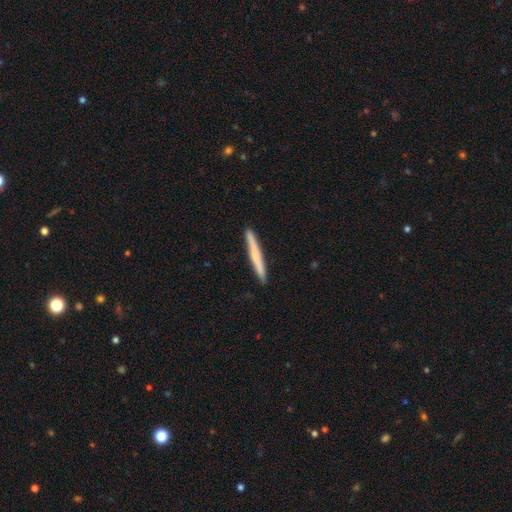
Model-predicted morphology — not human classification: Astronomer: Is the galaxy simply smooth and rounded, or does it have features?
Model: smooth — 56% (runner-up: featured or disk, 38%).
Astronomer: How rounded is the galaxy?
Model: cigar-shaped — 97%.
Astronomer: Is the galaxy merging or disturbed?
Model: none — 91%.